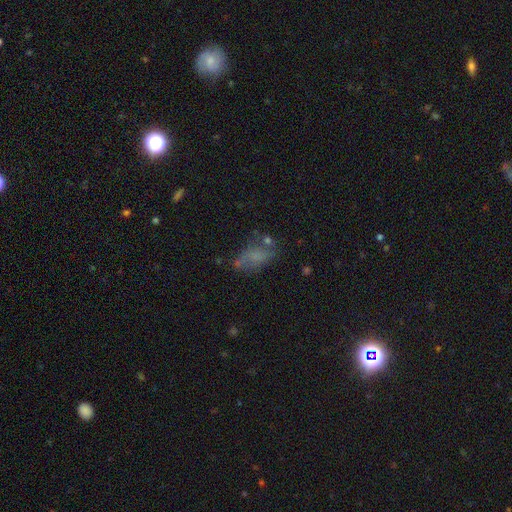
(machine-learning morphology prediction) A smooth galaxy with no disk features (57%) that is in between round and cigar-shaped (82%).

Vote fractions:
- Smooth or featured? smooth: 57% / featured or disk: 27% / star or artifact: 16%
- How rounded? in between: 82% / cigar-shaped: 10% / round: 8%
- Merging? none: 43% / minor disturbance: 23% / major disturbance: 21% / merger: 13%